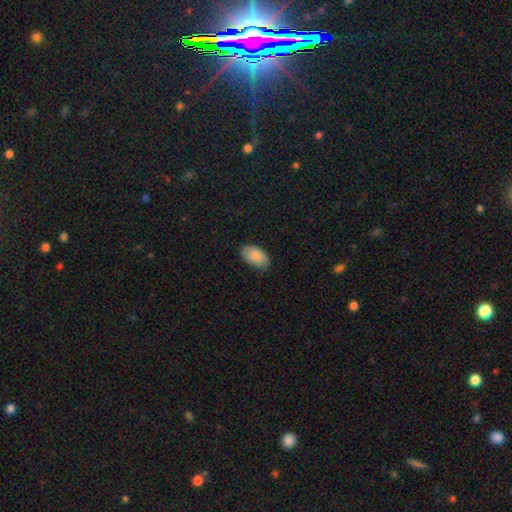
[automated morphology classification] Smooth or featured?
  - smooth: 86% *
  - featured or disk: 8%
  - star or artifact: 6%
How rounded?
  - in between: 94% *
  - round: 4%
  - cigar-shaped: 1%
Merging?
  - none: 81% *
  - minor disturbance: 16%
  - major disturbance: 3%
  - merger: 1%